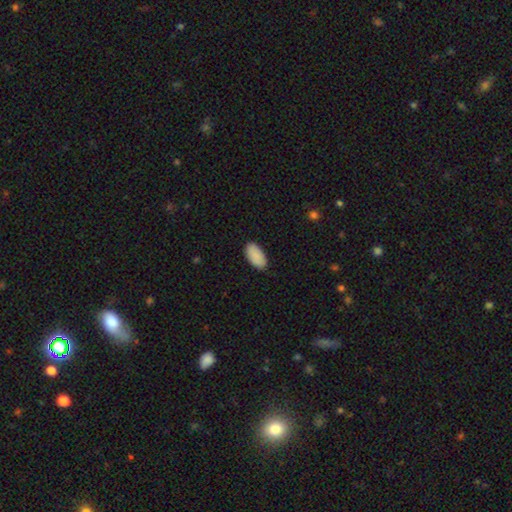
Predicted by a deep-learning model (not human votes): This is clearly a smooth galaxy (90%). How rounded: clearly in between (95%). Merging: clearly none (86%).